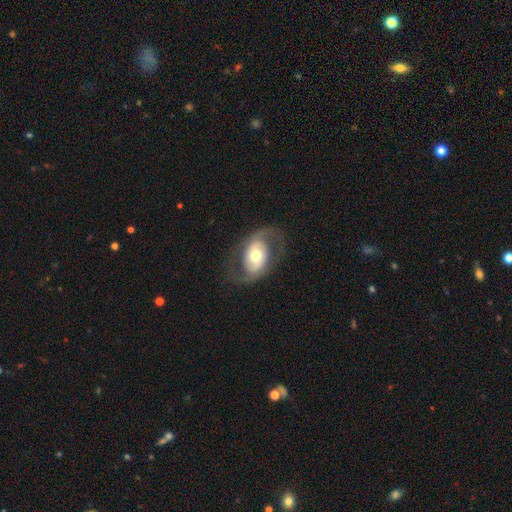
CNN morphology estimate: Overall: featured or disk (72%). Edge-on disk: no (95%). Bar: no (58%; weak 27%). Spiral arms: yes (74%). Spiral arm count: 2 (88%). Spiral winding: medium (46%; loose 35%). Bulge size: moderate (70%). Merging: none (73%).